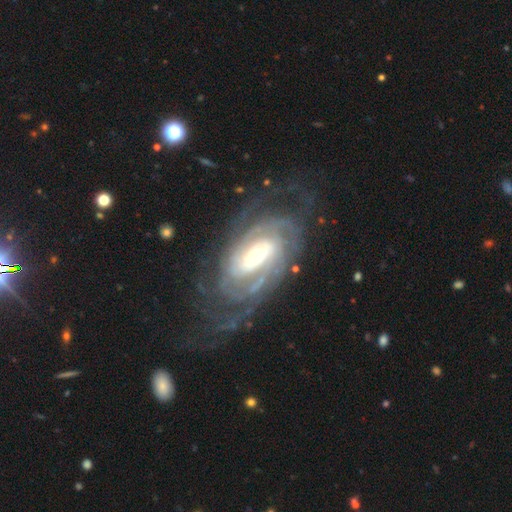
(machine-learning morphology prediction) The model was most divided on "bar": weak: 37%, strong: 34%, no: 29%. Remaining: spiral arms — yes (96%); edge-on disk — no (96%); smooth or featured — featured or disk (89%); merging — none (63%); spiral winding — tight (61%); bulge size — moderate (52%); spiral arm count — 2 (32%).